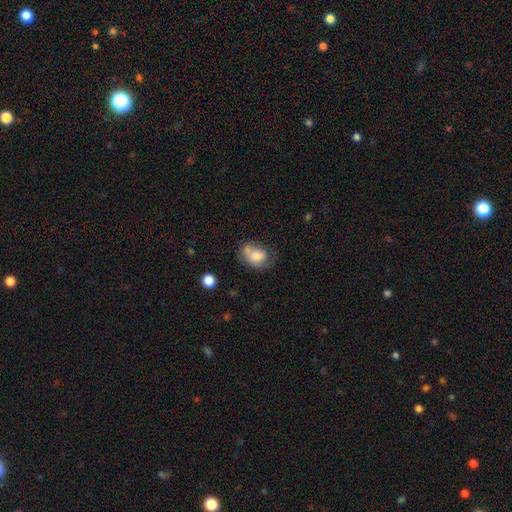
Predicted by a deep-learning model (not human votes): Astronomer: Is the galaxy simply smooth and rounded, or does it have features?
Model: smooth — 72%.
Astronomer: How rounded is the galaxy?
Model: in between — 71%.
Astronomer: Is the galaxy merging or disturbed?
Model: none — 36% (runner-up: minor disturbance, 27%).